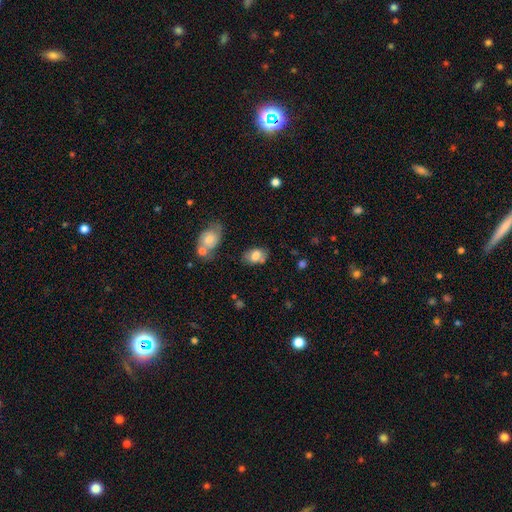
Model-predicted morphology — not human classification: Smooth or featured: smooth — 76% (featured or disk — 16%)
How rounded: in between — 85% (round — 14%)
Merging: none — 54% (minor disturbance — 24%)